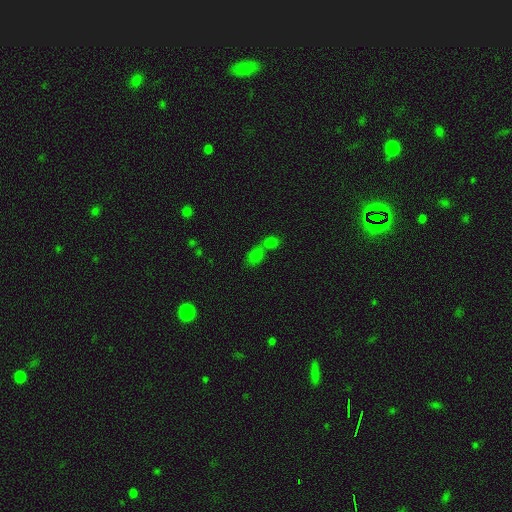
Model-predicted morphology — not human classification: smooth 71%, star or artifact 20%, featured or disk 9%. Down the decision tree: how rounded — in between (73%); merging — merger (60%).